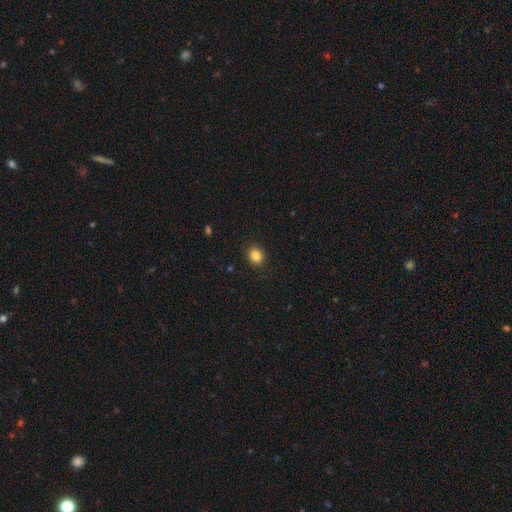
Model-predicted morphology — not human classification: This appears to be a smooth galaxy with no disk features (85%) that is round (66%). Merging: none (90%).